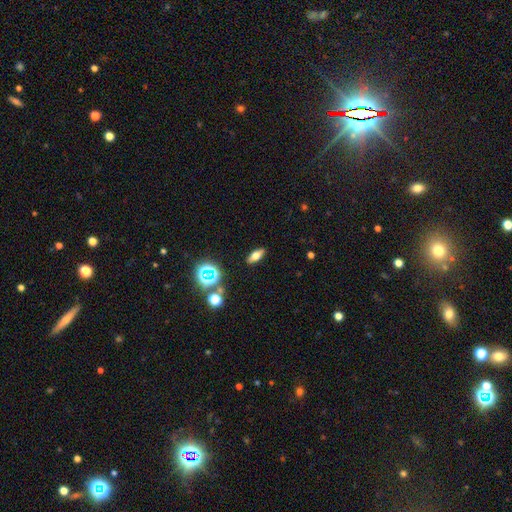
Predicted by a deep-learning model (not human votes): A smooth galaxy with no disk features (53%) that is in between round and cigar-shaped (64%).

Vote fractions:
- Smooth or featured? smooth: 53% / featured or disk: 31% / star or artifact: 15%
- How rounded? in between: 64% / cigar-shaped: 29% / round: 7%
- Merging? none: 89% / minor disturbance: 7% / major disturbance: 2% / merger: 2%